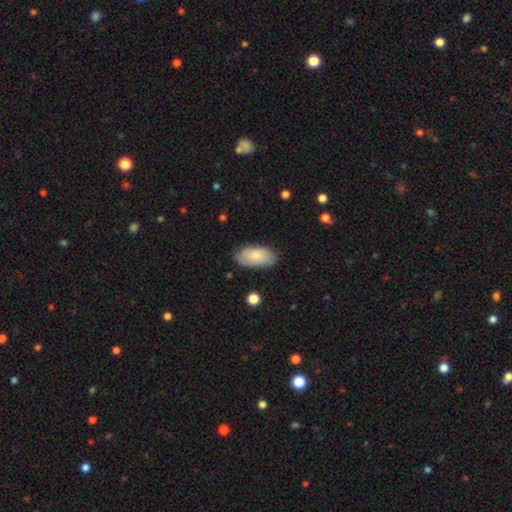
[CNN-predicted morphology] Smooth or featured?
  - smooth: 77% *
  - featured or disk: 17%
  - star or artifact: 6%
How rounded?
  - in between: 93% *
  - cigar-shaped: 4%
  - round: 3%
Merging?
  - none: 80% *
  - minor disturbance: 16%
  - major disturbance: 3%
  - merger: 1%